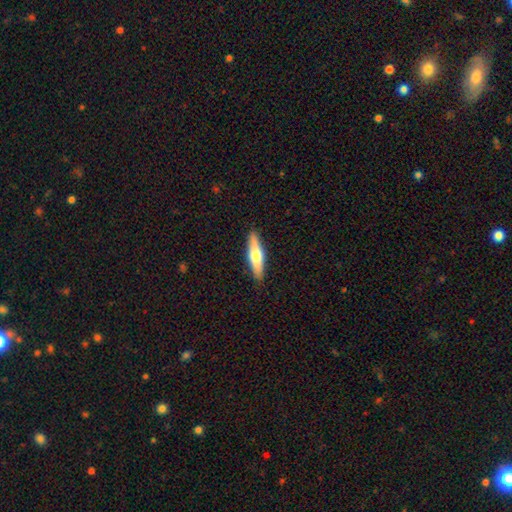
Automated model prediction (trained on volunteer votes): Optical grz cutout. It shows a smooth galaxy with no disk features (51%) that is cigar-shaped (73%). Merging: none (90%).